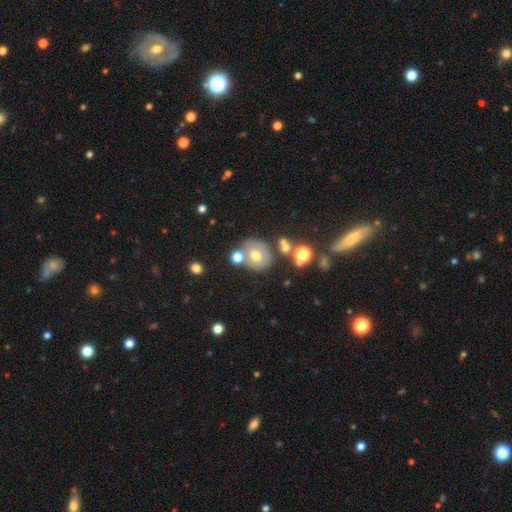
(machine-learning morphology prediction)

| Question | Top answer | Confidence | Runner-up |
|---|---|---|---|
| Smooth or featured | smooth | 56% | featured or disk (31%) |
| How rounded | round | 73% | in between (26%) |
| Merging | none | 58% | merger (20%) |